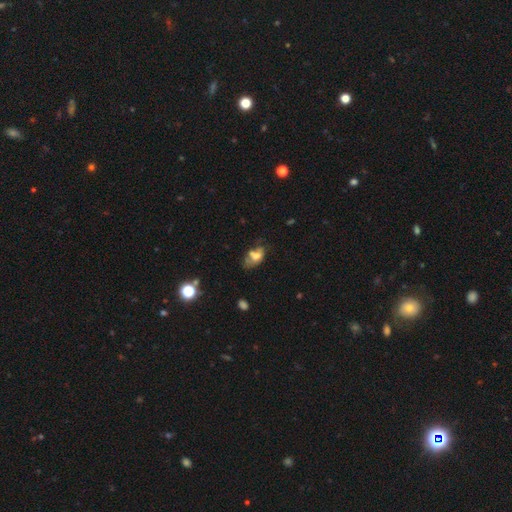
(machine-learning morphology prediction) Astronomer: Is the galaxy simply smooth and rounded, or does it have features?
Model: smooth — 52% (runner-up: featured or disk, 34%).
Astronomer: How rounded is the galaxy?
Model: in between — 84%.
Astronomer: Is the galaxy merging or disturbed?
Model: none — 30% (runner-up: minor disturbance, 25%).